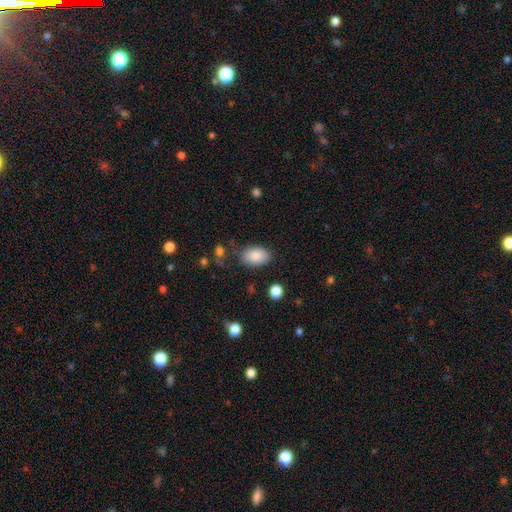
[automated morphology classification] A smooth galaxy with no disk features (86%) that is in between round and cigar-shaped (90%). Merging: none (78%).